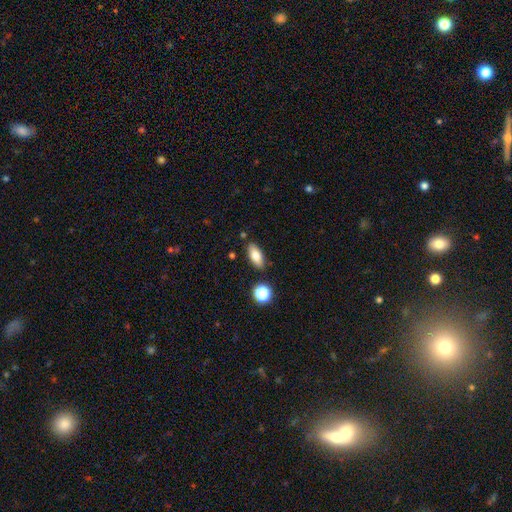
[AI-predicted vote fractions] Smooth or featured: smooth — 76% (featured or disk — 15%)
How rounded: in between — 79% (cigar-shaped — 16%)
Merging: none — 85% (minor disturbance — 9%)